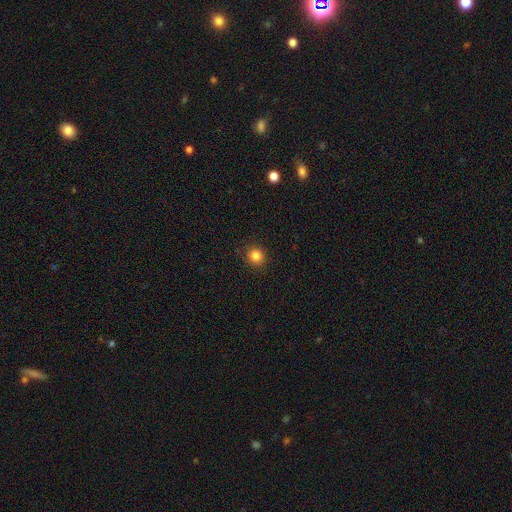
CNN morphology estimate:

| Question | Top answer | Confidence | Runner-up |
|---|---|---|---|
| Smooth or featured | smooth | 84% | star or artifact (12%) |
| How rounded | round | 88% | in between (11%) |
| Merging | none | 89% | minor disturbance (8%) |